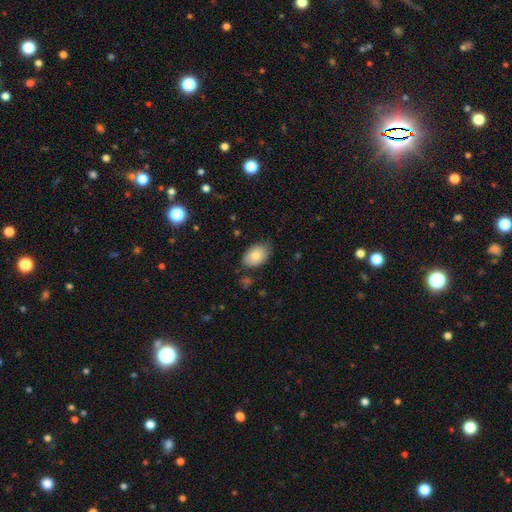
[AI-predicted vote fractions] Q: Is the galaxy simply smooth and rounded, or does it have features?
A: smooth — 80%.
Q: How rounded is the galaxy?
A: in between — 88%.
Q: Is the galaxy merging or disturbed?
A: none — 73%.